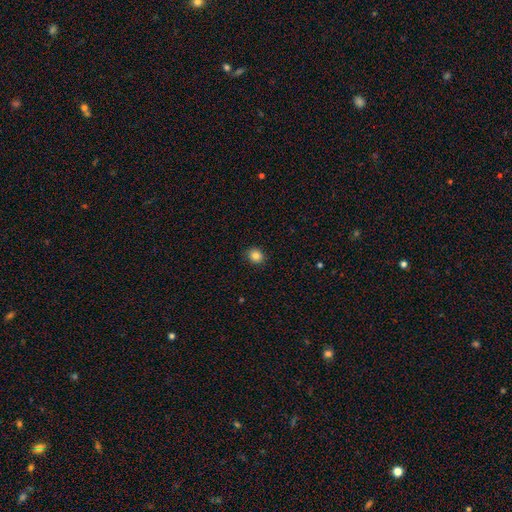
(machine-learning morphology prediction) smooth 83%, star or artifact 11%, featured or disk 6%. Down the decision tree: how rounded — round (76%); merging — none (90%).